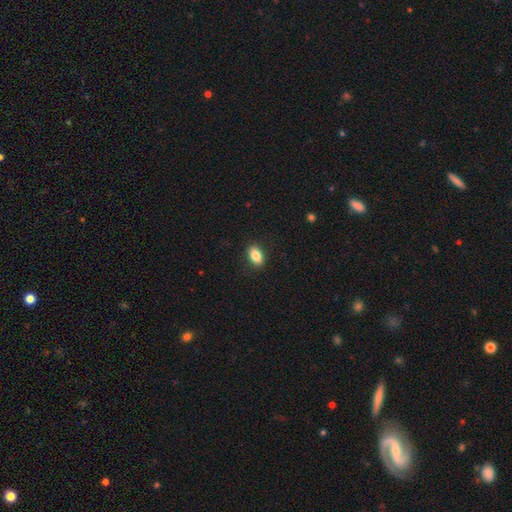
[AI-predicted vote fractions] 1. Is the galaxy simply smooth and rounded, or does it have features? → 85% smooth, 8% star or artifact, 7% featured or disk.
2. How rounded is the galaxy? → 88% in between, 9% round, 3% cigar-shaped.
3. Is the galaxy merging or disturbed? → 88% none, 9% minor disturbance, 2% major disturbance, 1% merger.